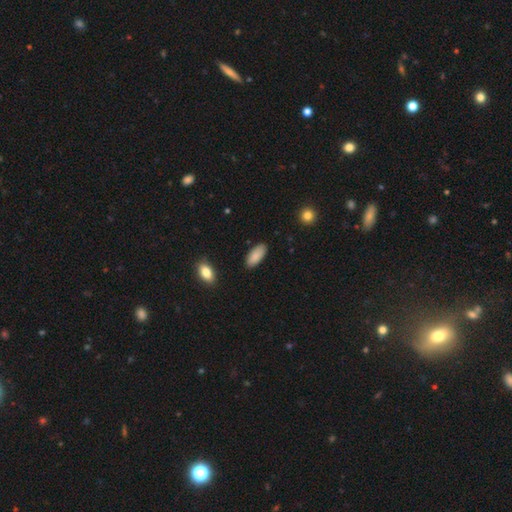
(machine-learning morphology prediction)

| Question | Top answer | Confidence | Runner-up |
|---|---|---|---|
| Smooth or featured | smooth | 88% | star or artifact (6%) |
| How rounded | in between | 88% | cigar-shaped (11%) |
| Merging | none | 86% | minor disturbance (11%) |